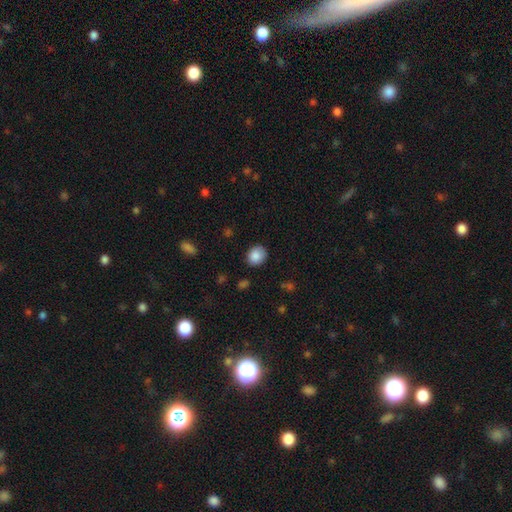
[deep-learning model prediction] smooth_or_featured: smooth (p=0.87) [alt: star or artifact p=0.08]
how_rounded: round (p=0.67) [alt: in between p=0.32]
merging: none (p=0.84) [alt: minor disturbance p=0.12]